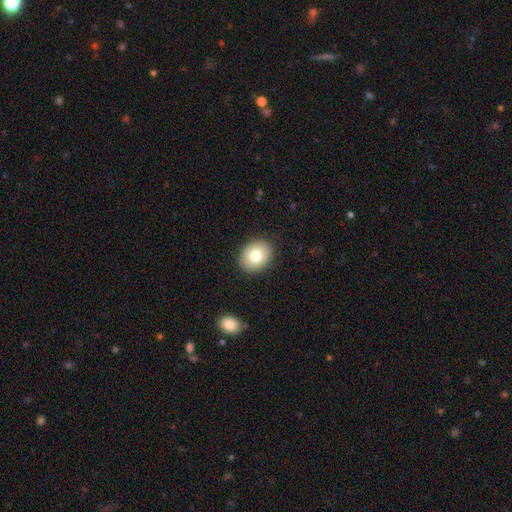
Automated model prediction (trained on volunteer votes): smooth_or_featured: smooth (p=0.79) [alt: featured or disk p=0.12]
how_rounded: round (p=0.50) [alt: in between p=0.49]
merging: none (p=0.89) [alt: minor disturbance p=0.08]